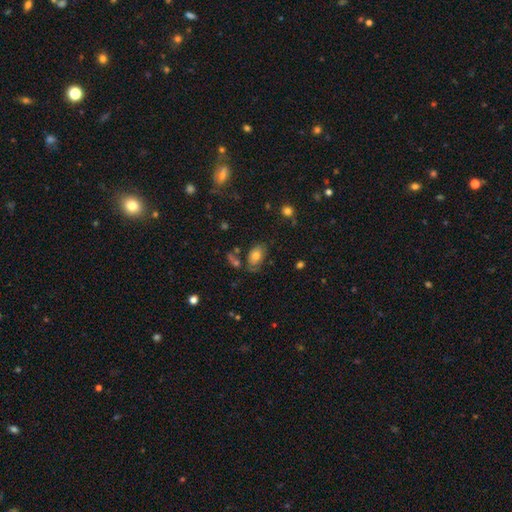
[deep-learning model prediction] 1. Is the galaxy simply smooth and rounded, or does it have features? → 66% smooth, 24% featured or disk, 10% star or artifact.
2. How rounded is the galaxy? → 86% in between, 12% round, 2% cigar-shaped.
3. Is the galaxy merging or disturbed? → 56% none, 23% minor disturbance, 11% major disturbance, 9% merger.